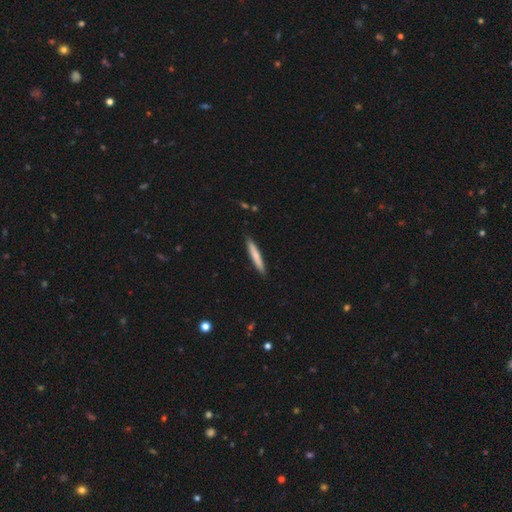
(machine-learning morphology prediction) The model was most divided on "smooth or featured": smooth: 74%, featured or disk: 21%, star or artifact: 5%. More confident: how rounded — cigar-shaped (95%); merging — none (91%).